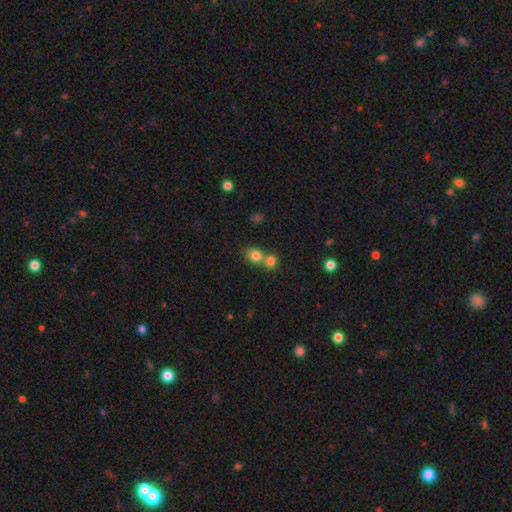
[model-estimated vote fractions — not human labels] This is clearly a smooth galaxy (80%). How rounded: likely round (78%). Merging: possibly merger (50%).